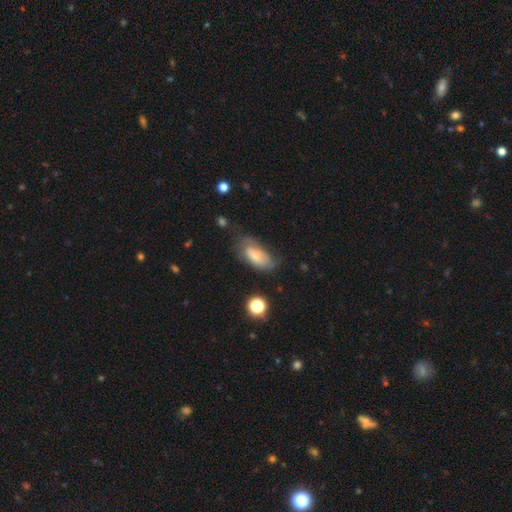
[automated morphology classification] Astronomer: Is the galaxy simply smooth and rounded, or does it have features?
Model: smooth — 57% (runner-up: featured or disk, 35%).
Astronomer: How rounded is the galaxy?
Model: in between — 89%.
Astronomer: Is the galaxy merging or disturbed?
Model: none — 51% (runner-up: minor disturbance, 31%).